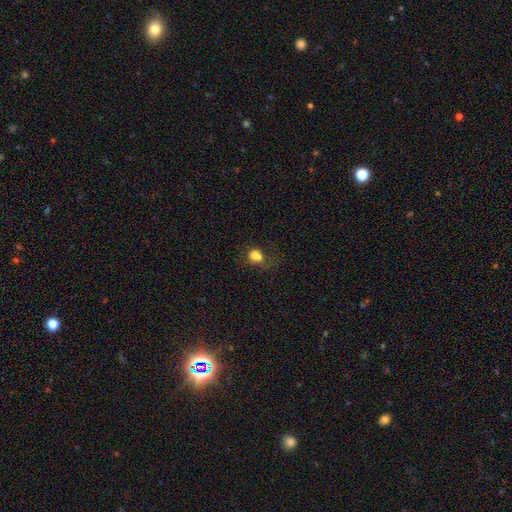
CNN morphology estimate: A smooth galaxy with no disk features (77%) that is round (50%).

Vote fractions:
- Smooth or featured? smooth: 77% / star or artifact: 15% / featured or disk: 9%
- How rounded? round: 50% / in between: 49% / cigar-shaped: 2%
- Merging? none: 47% / minor disturbance: 22% / major disturbance: 17% / merger: 13%